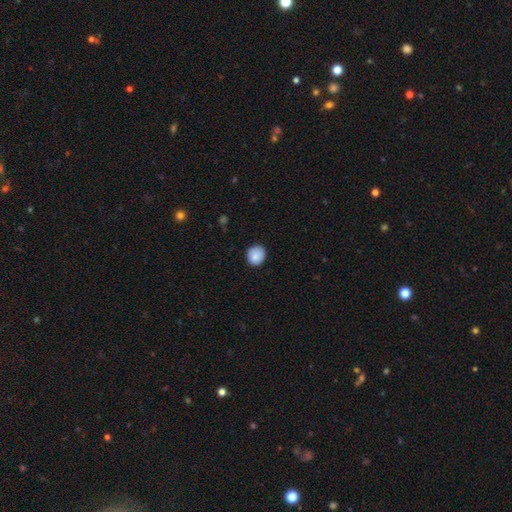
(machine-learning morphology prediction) This appears to be a smooth galaxy with no disk features (86%) that is round (85%). Merging: none (87%).